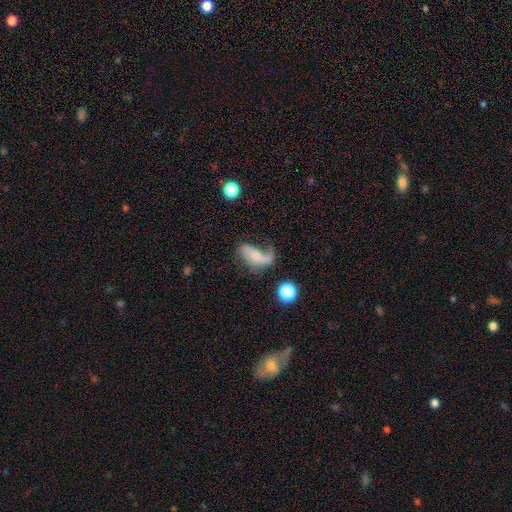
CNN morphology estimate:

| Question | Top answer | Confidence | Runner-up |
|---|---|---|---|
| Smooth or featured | featured or disk | 62% | smooth (29%) |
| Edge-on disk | no | 94% | yes (6%) |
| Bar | no | 59% | weak (27%) |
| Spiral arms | yes | 81% | no (19%) |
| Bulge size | small | 56% | moderate (32%) |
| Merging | major disturbance | 40% | none (30%) |